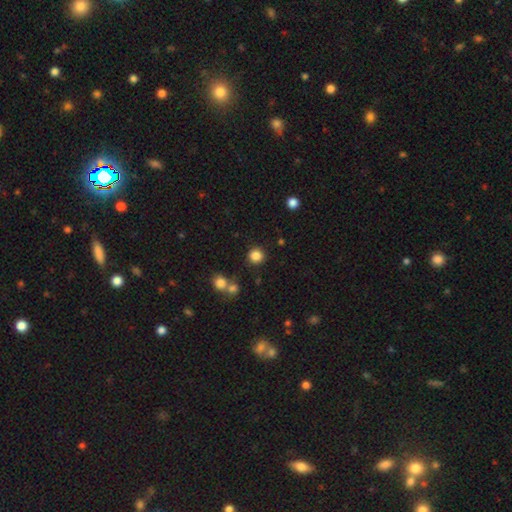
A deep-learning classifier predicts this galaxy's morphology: Smooth or featured?
  - smooth: 85% *
  - star or artifact: 11%
  - featured or disk: 4%
How rounded?
  - round: 93% *
  - in between: 6%
  - cigar-shaped: 1%
Merging?
  - none: 86% *
  - minor disturbance: 7%
  - merger: 5%
  - major disturbance: 3%